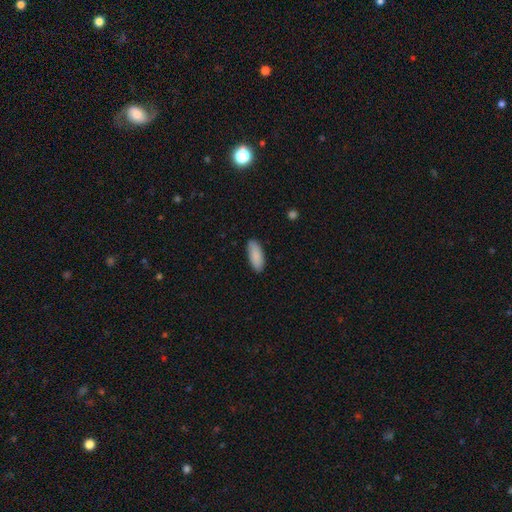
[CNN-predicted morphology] Smooth or featured: smooth — 89% (star or artifact — 6%)
How rounded: in between — 78% (cigar-shaped — 20%)
Merging: none — 87% (minor disturbance — 10%)